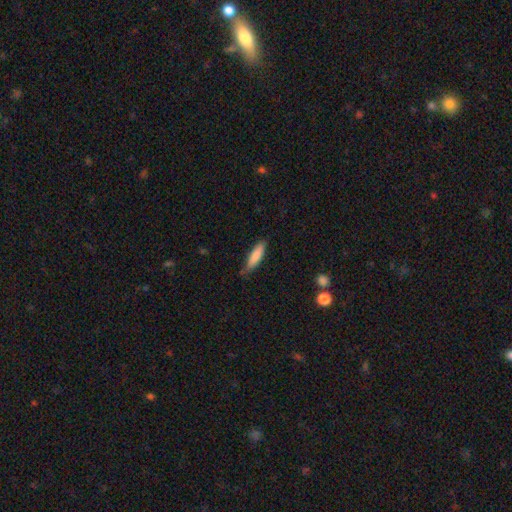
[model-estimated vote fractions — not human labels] A smooth galaxy with no disk features (81%) that is cigar-shaped (66%).

Vote fractions:
- Smooth or featured? smooth: 81% / featured or disk: 13% / star or artifact: 6%
- How rounded? cigar-shaped: 66% / in between: 32% / round: 1%
- Merging? none: 72% / minor disturbance: 22% / major disturbance: 4% / merger: 2%